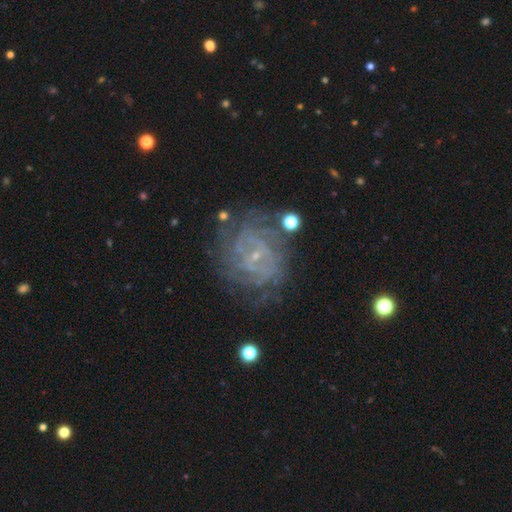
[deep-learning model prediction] smooth_or_featured: featured or disk (p=0.80) [alt: smooth p=0.10]
disk_edge_on: no (p=0.97) [alt: yes p=0.03]
bar: no (p=0.53) [alt: weak p=0.37]
has_spiral_arms: yes (p=0.91) [alt: no p=0.09]
spiral_winding: tight (p=0.71) [alt: medium p=0.23]
spiral_arm_count: can't tell (p=0.45) [alt: 2 p=0.14]
bulge_size: small (p=0.84) [alt: moderate p=0.08]
merging: none (p=0.73) [alt: minor disturbance p=0.16]